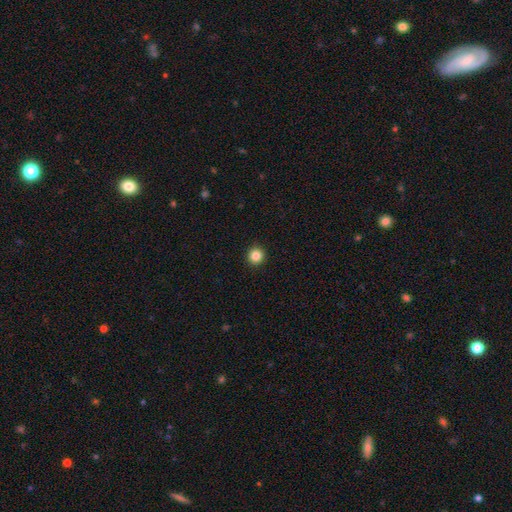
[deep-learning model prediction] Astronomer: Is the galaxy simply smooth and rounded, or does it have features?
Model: smooth — 85%.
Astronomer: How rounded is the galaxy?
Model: round — 95%.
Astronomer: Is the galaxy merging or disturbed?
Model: none — 94%.